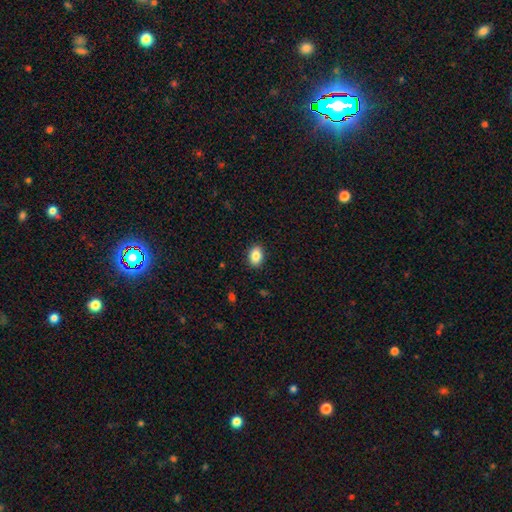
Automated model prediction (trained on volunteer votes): smooth 86%, star or artifact 8%, featured or disk 6%. Down the decision tree: how rounded — in between (79%); merging — none (90%).